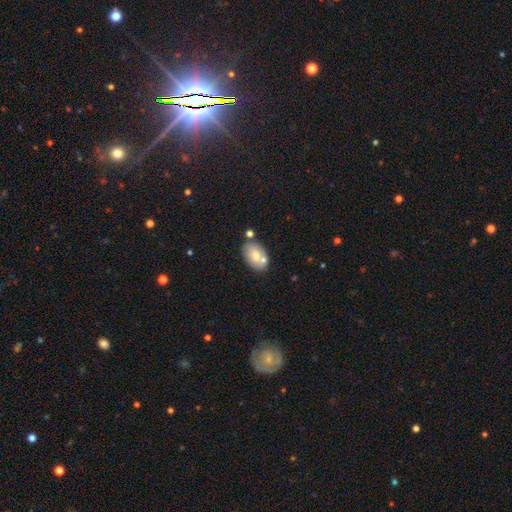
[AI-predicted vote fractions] Smooth or featured?
  - smooth: 68% *
  - featured or disk: 24%
  - star or artifact: 8%
How rounded?
  - in between: 88% *
  - round: 11%
  - cigar-shaped: 1%
Merging?
  - none: 66% *
  - merger: 16%
  - minor disturbance: 15%
  - major disturbance: 3%